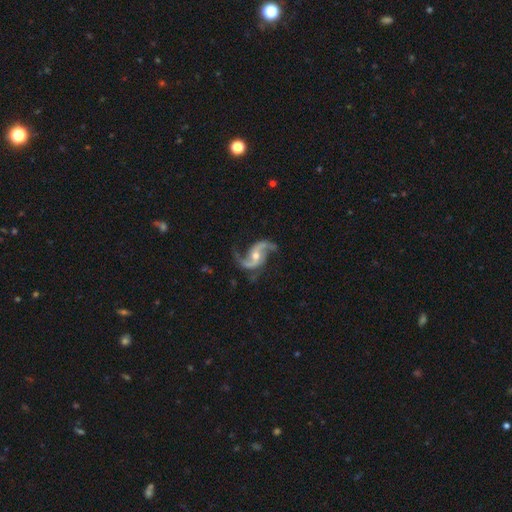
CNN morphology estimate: Smooth or featured: featured or disk — 92% (star or artifact — 4%)
Edge-on disk: no — 98% (yes — 2%)
Bar: no — 52% (weak — 32%)
Spiral arms: yes — 98% (no — 2%)
Spiral winding: loose — 68% (medium — 26%)
Spiral arm count: 2 — 92% (3 — 2%)
Bulge size: moderate — 59% (small — 35%)
Merging: none — 76% (minor disturbance — 15%)